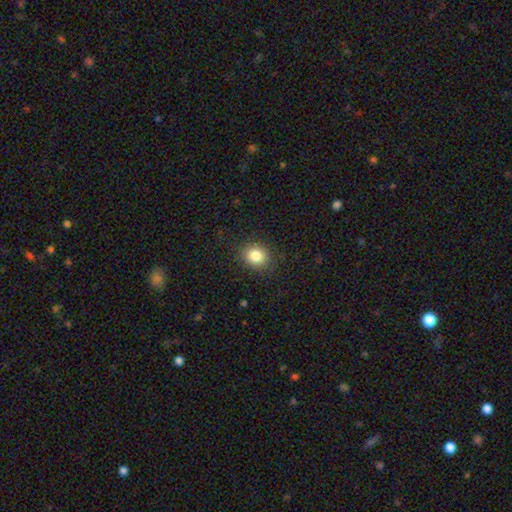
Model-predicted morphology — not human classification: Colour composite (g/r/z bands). It shows a smooth galaxy with no disk features (83%) that is round (72%). Merging: none (88%).